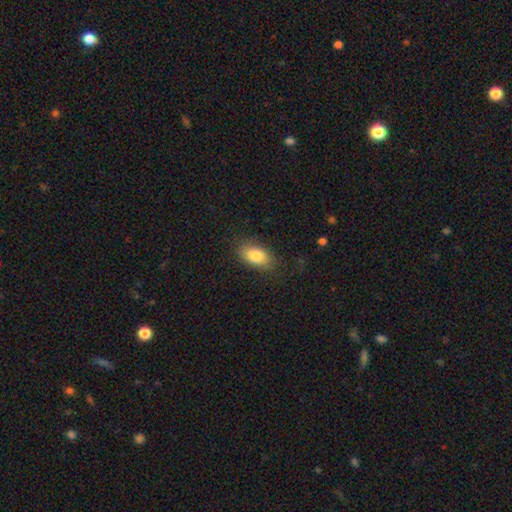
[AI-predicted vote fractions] smooth-or-featured: smooth: 83% | featured or disk: 9% | star or artifact: 7%
  how-rounded: in between: 91% | round: 6% | cigar-shaped: 3%
  merging: none: 81% | minor disturbance: 14% | major disturbance: 4% | merger: 1%